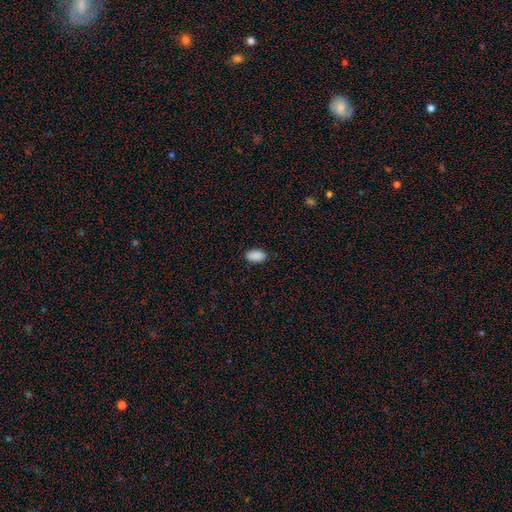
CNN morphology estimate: This is clearly a smooth galaxy (90%). How rounded: clearly in between (94%). Merging: clearly none (89%).